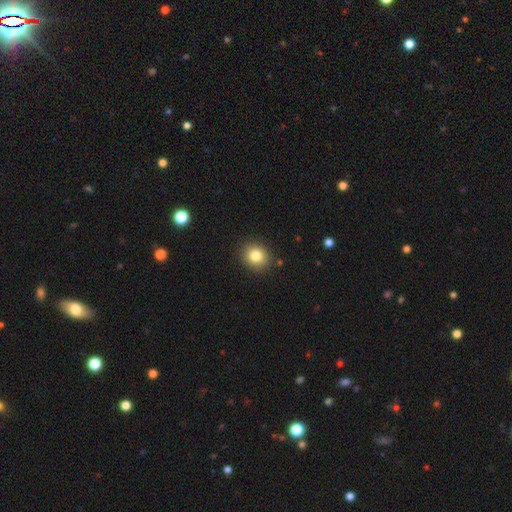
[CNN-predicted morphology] This is clearly a smooth galaxy (82%). How rounded: likely round (76%). Merging: clearly none (88%).